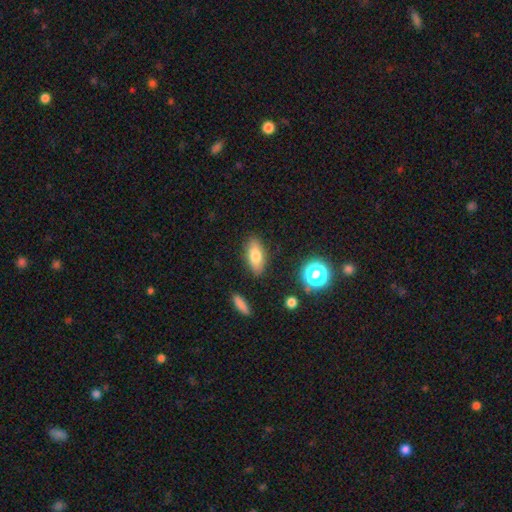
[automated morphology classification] This appears to be a smooth galaxy with no disk features (75%) that is in between round and cigar-shaped (80%). Merging: none (85%).